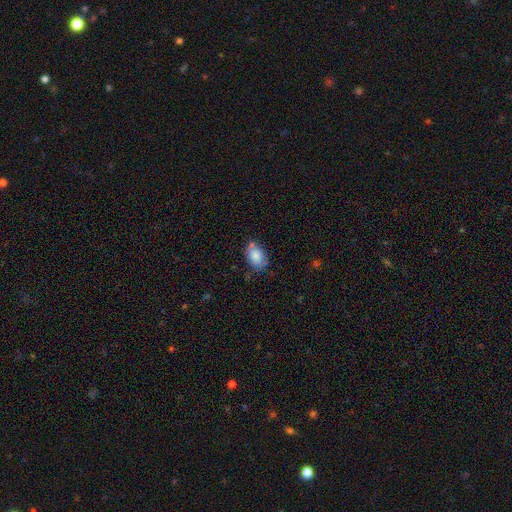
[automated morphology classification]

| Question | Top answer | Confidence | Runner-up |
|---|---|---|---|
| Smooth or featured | smooth | 82% | featured or disk (11%) |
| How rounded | in between | 85% | round (13%) |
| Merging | none | 64% | minor disturbance (23%) |